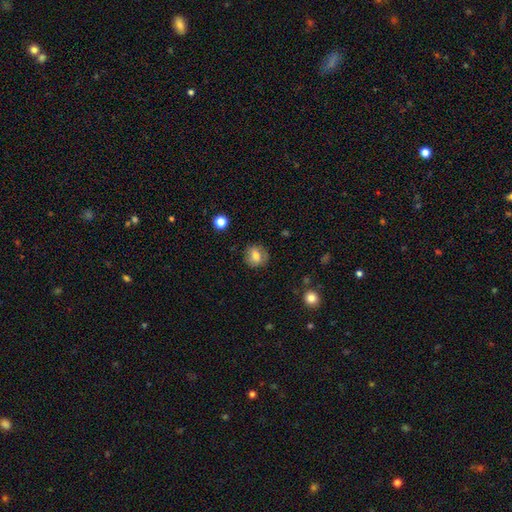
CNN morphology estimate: smooth 69%, featured or disk 22%, star or artifact 9%. Down the decision tree: how rounded — round (77%); merging — none (81%).